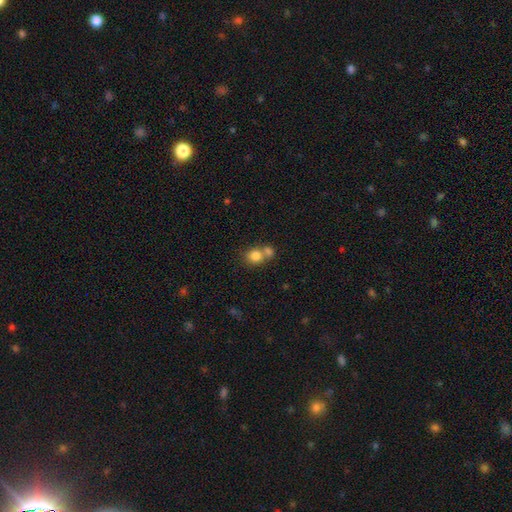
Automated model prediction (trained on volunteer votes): Overall: smooth (81%). How rounded: round (74%). Merging: merger (48%; none 41%).